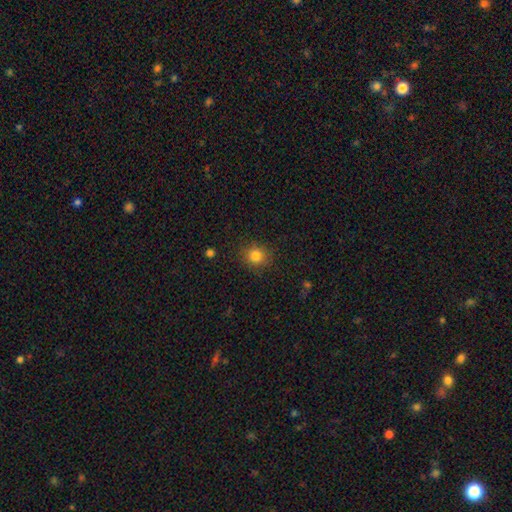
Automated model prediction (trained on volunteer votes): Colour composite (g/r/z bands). It shows a smooth galaxy with no disk features (82%) that is round (86%). Merging: none (87%).